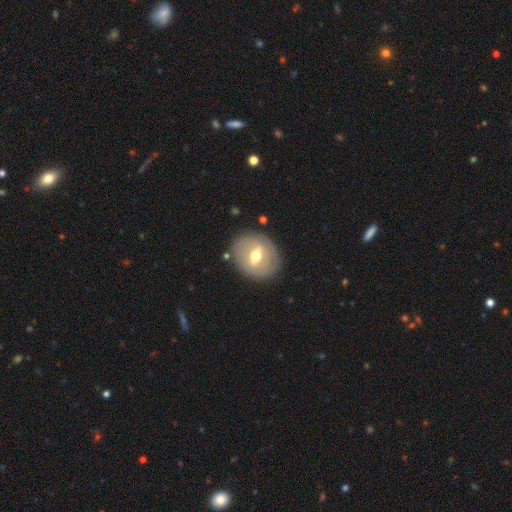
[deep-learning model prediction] This is possibly a featured or disk galaxy (55%). It is clearly not viewed edge-on (87%). Merging: clearly none (82%).